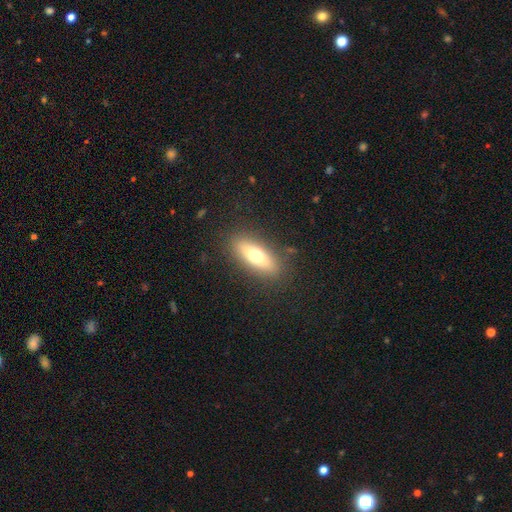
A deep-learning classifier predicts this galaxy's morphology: Smooth or featured: smooth — 64% (featured or disk — 28%)
How rounded: in between — 59% (cigar-shaped — 38%)
Merging: none — 87% (minor disturbance — 9%)